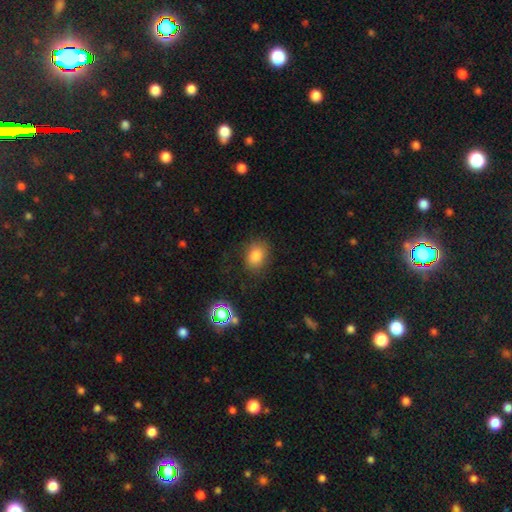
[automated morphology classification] smooth 79%, star or artifact 13%, featured or disk 8%. Down the decision tree: how rounded — in between (59%); merging — none (78%).